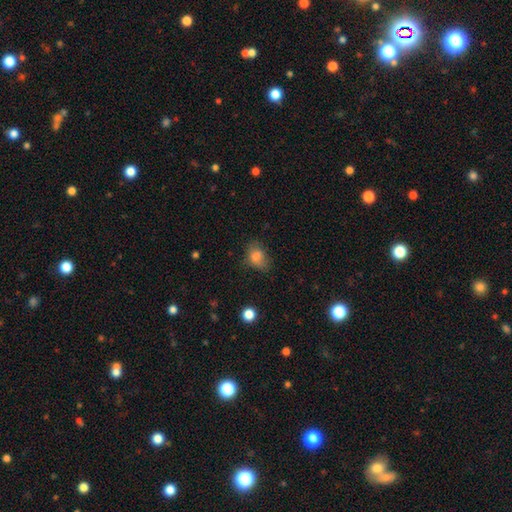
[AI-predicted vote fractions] Smooth or featured?
  - smooth: 77% *
  - featured or disk: 12%
  - star or artifact: 11%
How rounded?
  - in between: 70% *
  - round: 28%
  - cigar-shaped: 1%
Merging?
  - none: 52% *
  - minor disturbance: 31%
  - major disturbance: 14%
  - merger: 3%